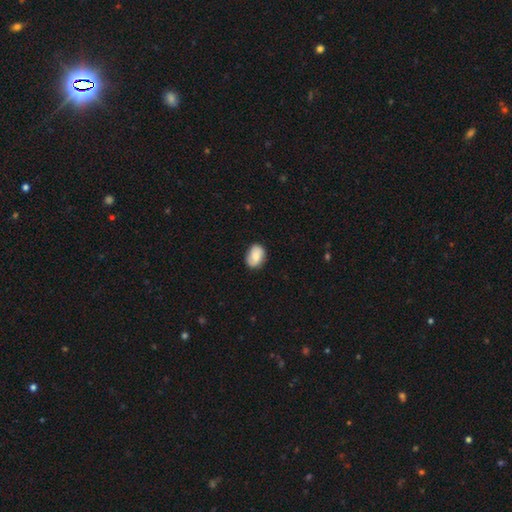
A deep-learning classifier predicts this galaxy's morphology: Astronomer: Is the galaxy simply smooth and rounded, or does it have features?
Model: smooth — 72%.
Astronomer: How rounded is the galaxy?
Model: in between — 77%.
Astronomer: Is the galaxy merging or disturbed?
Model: none — 78%.